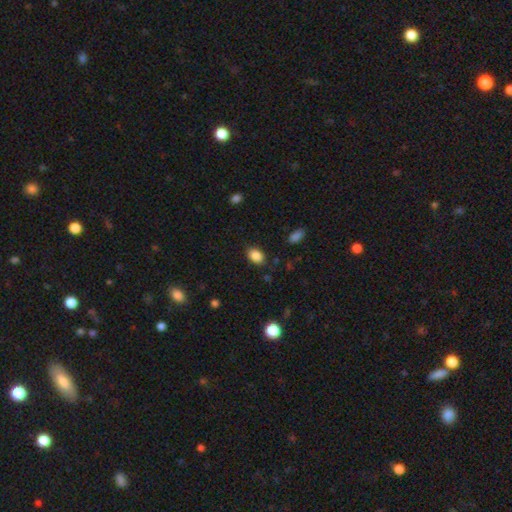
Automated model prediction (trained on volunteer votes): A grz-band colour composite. It shows a smooth galaxy with no disk features (87%) that is in between round and cigar-shaped (81%). Merging: none (84%).